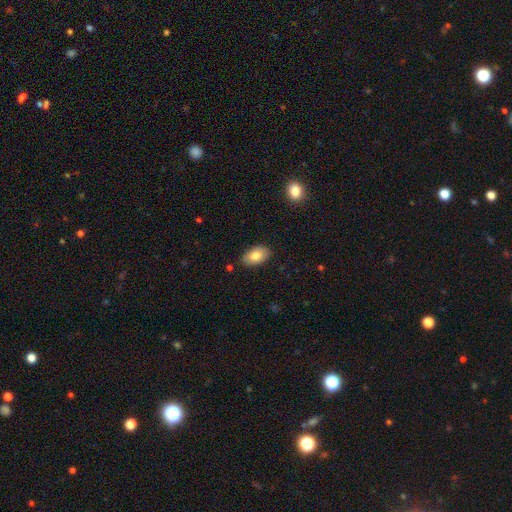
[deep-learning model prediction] smooth_or_featured: smooth (p=0.79) [alt: featured or disk p=0.14]
how_rounded: in between (p=0.93) [alt: round p=0.06]
merging: none (p=0.85) [alt: minor disturbance p=0.11]